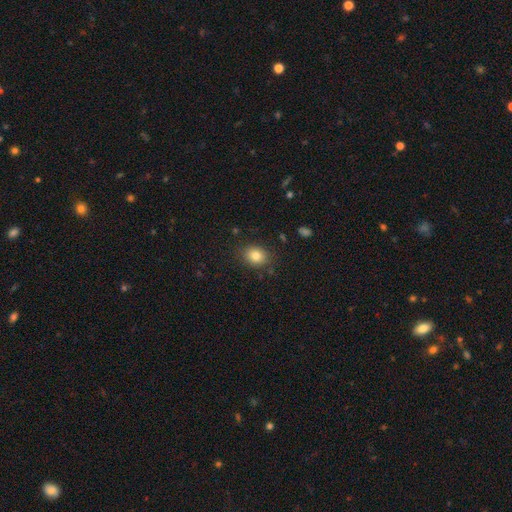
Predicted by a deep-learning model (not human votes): smooth 82%, star or artifact 10%, featured or disk 8%. Down the decision tree: how rounded — in between (50%); merging — none (85%).